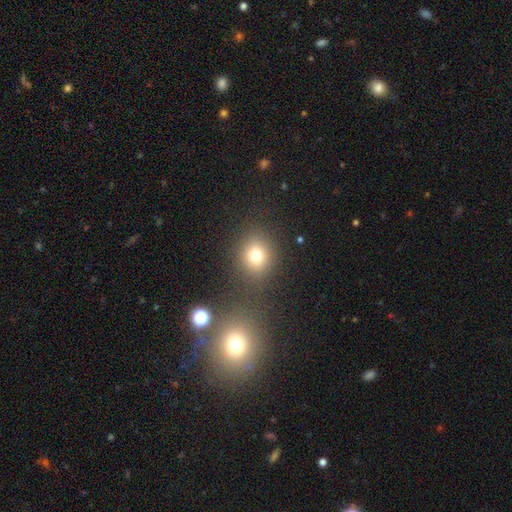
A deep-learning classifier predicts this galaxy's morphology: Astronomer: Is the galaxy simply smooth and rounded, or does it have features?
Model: smooth — 75%.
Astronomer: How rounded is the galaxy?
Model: round — 73%.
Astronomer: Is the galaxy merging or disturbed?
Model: none — 78%.